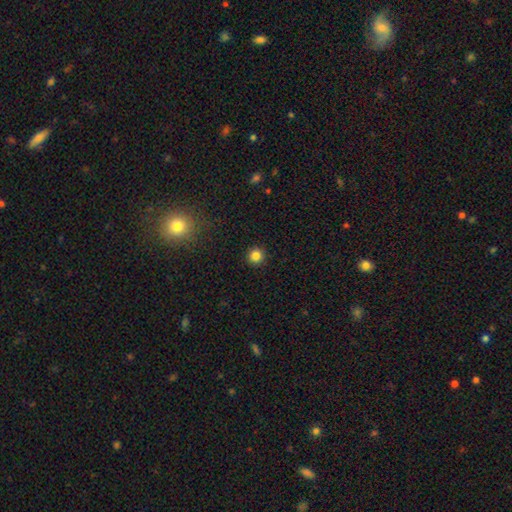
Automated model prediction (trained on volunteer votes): This appears to be a smooth galaxy with no disk features (84%) that is round (95%). Merging: none (93%).